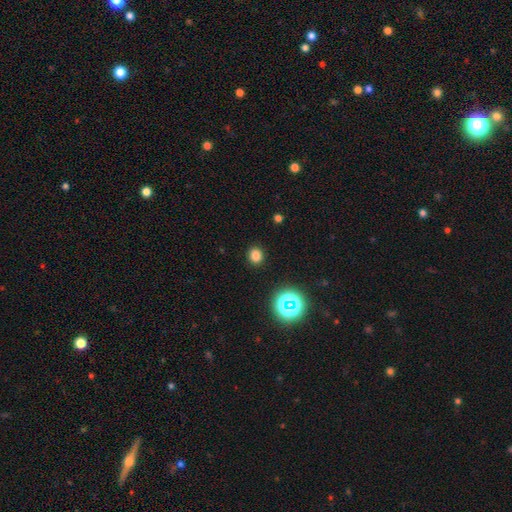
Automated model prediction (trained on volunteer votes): Smooth or featured?
  - smooth: 77% *
  - star or artifact: 18%
  - featured or disk: 5%
How rounded?
  - round: 79% *
  - in between: 21%
  - cigar-shaped: 1%
Merging?
  - none: 91% *
  - minor disturbance: 6%
  - major disturbance: 2%
  - merger: 1%